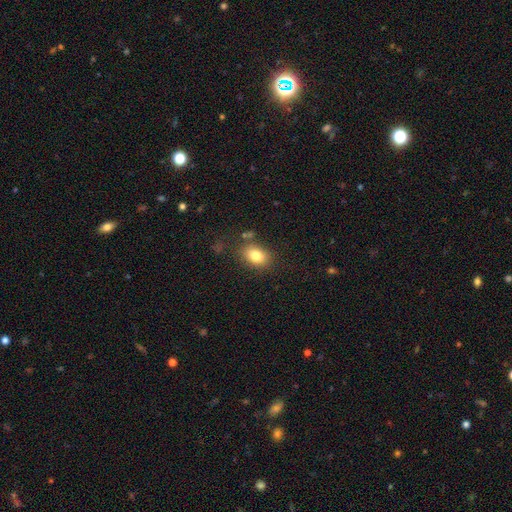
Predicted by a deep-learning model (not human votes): This is clearly a smooth galaxy (81%). How rounded: likely in between (72%). Merging: likely none (78%).